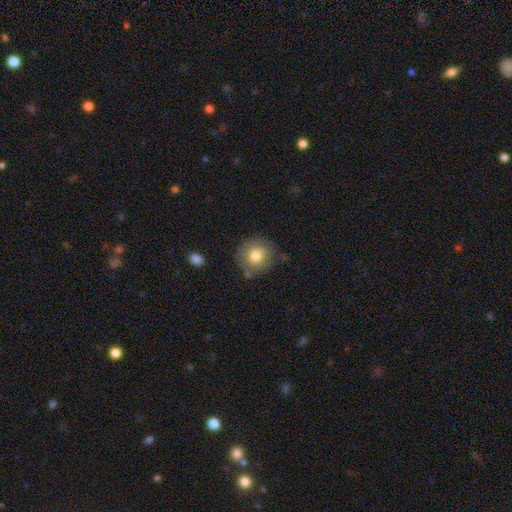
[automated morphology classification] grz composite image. It shows a smooth galaxy with no disk features (77%) that is round (91%). Merging: none (78%).